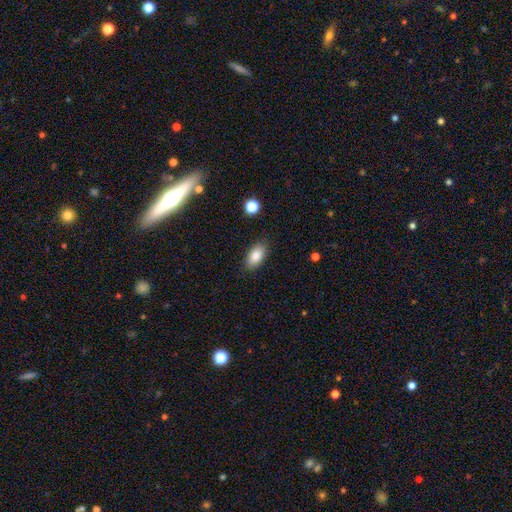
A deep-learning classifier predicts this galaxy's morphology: Overall: smooth (85%). How rounded: in between (92%). Merging: none (86%).